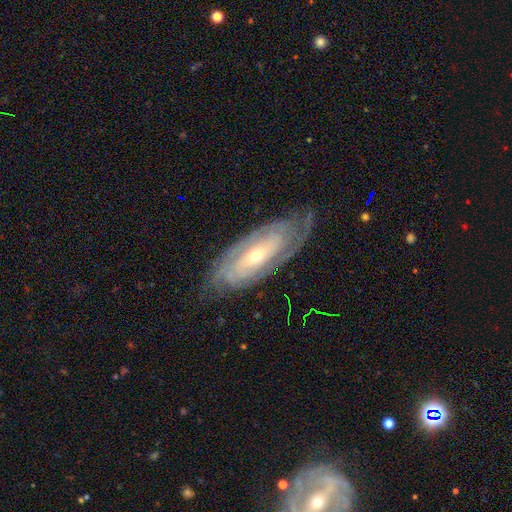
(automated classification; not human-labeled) The model was most divided on "spiral arm count": can't tell: 41%, 2: 28%, 3: 12%, 4: 9%, more than 4: 5%, 1: 5%. More confident: spiral arms — yes (94%); edge-on disk — no (89%); smooth or featured — featured or disk (85%); spiral winding — tight (77%); merging — none (77%); bulge size — small (64%); bar — no (57%).